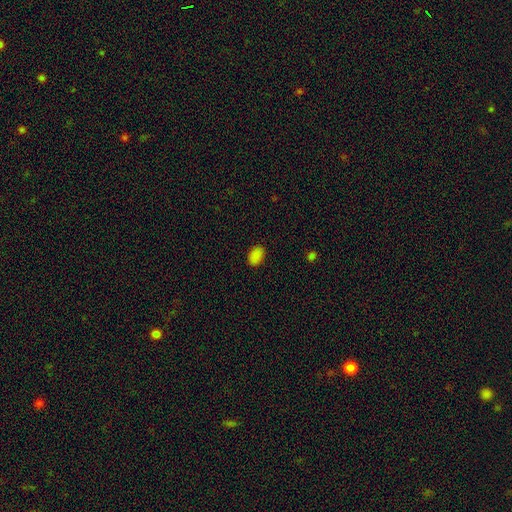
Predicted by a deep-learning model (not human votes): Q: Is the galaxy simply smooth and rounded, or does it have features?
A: smooth — 86%.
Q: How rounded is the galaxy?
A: in between — 85%.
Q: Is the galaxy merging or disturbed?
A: none — 87%.